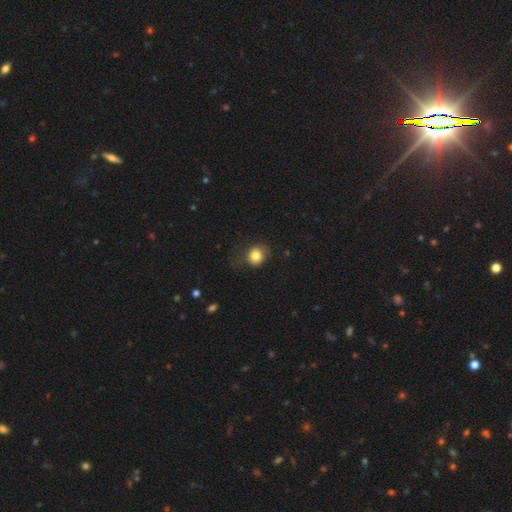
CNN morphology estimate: Smooth or featured? smooth (82%)
How rounded? round (73%)
Merging? none (69%)